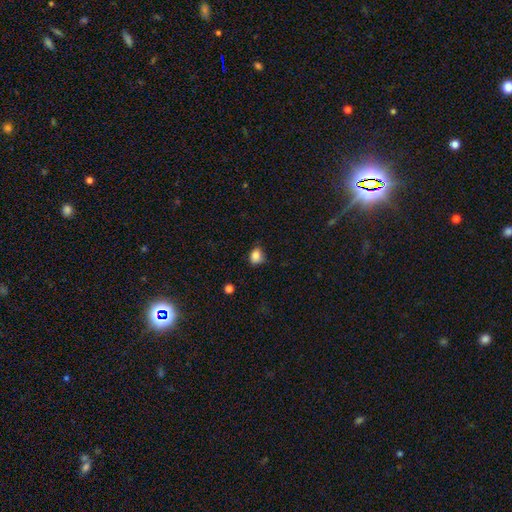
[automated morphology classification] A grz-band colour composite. It shows a smooth galaxy with no disk features (83%) that is in between round and cigar-shaped (50%). Merging: none (61%).